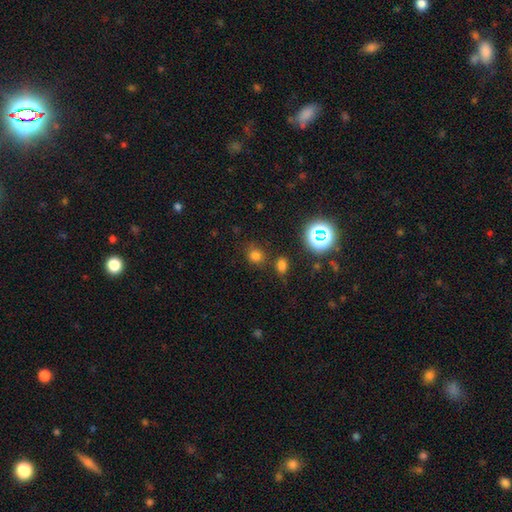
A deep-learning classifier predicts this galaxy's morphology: Smooth or featured: smooth — 71% (star or artifact — 23%)
How rounded: round — 75% (in between — 24%)
Merging: none — 73% (minor disturbance — 13%)